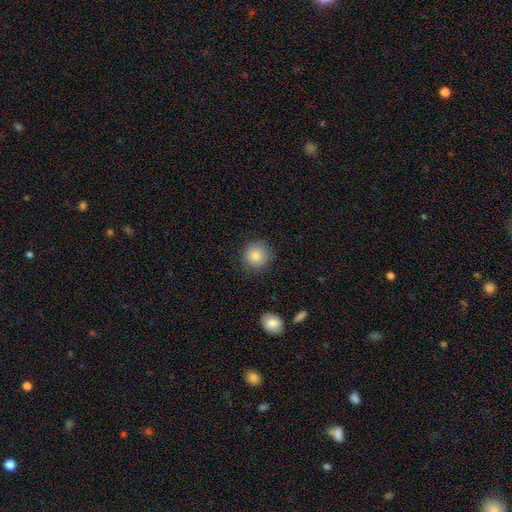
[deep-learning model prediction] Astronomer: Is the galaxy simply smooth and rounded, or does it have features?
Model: smooth — 85%.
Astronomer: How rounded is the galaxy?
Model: round — 92%.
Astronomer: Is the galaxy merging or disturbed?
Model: none — 85%.